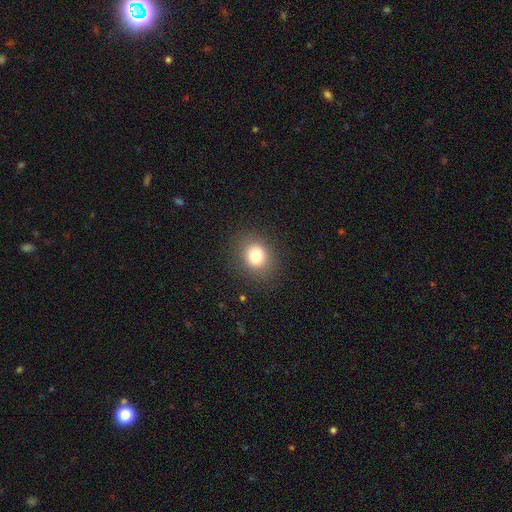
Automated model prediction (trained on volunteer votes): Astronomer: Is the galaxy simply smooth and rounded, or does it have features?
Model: smooth — 78%.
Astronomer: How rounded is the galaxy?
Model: round — 70%.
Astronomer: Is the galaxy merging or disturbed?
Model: none — 86%.